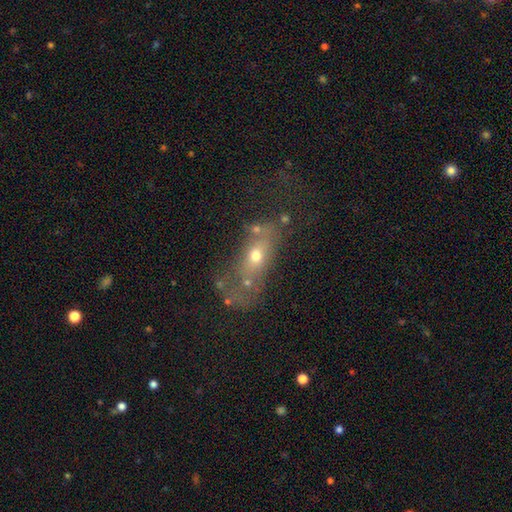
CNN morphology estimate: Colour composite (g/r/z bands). It shows a smooth galaxy with no disk features (54%) that is in between round and cigar-shaped (64%). Merging: none (36%).